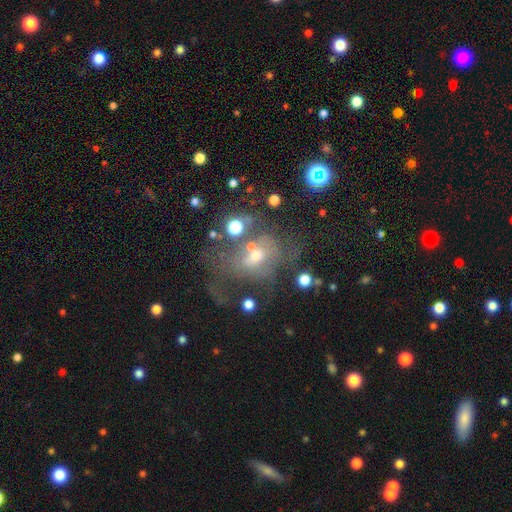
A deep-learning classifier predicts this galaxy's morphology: smooth_or_featured: featured or disk (p=0.51) [alt: smooth p=0.30]
disk_edge_on: no (p=0.95) [alt: yes p=0.05]
merging: major disturbance (p=0.33) [alt: none p=0.31]